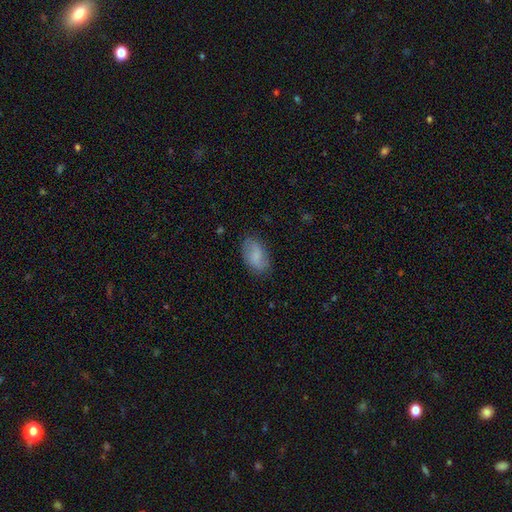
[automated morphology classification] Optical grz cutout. It shows a smooth galaxy with no disk features (74%) that is in between round and cigar-shaped (93%). Merging: none (78%).